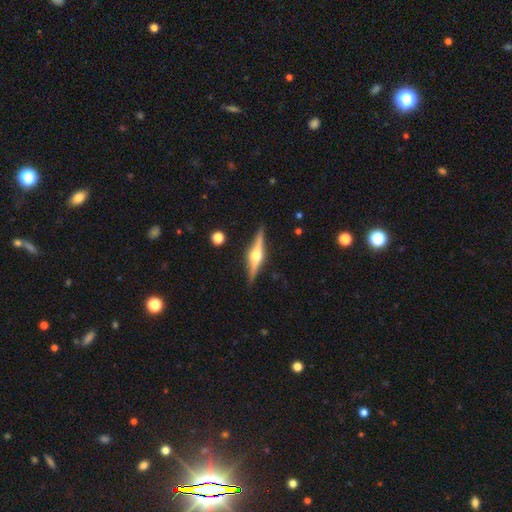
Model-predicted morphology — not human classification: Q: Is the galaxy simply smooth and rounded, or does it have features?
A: featured or disk — 80%.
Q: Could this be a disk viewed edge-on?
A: yes — 98%.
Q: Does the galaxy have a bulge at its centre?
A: rounded — 95%.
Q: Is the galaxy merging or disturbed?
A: none — 89%.